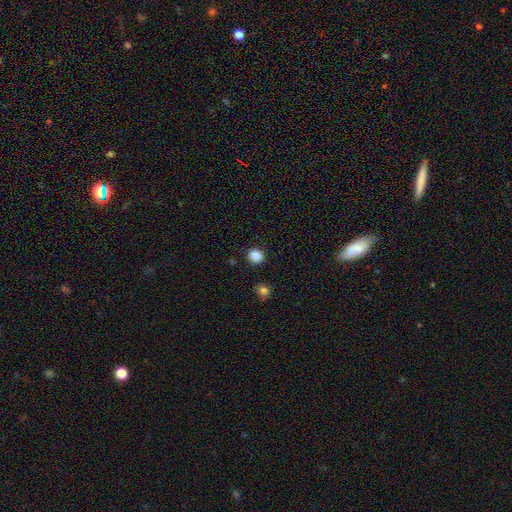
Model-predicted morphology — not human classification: A smooth galaxy with no disk features (87%) that is round (85%).

Vote fractions:
- Smooth or featured? smooth: 87% / star or artifact: 10% / featured or disk: 3%
- How rounded? round: 85% / in between: 14% / cigar-shaped: 1%
- Merging? none: 86% / minor disturbance: 9% / major disturbance: 3% / merger: 2%